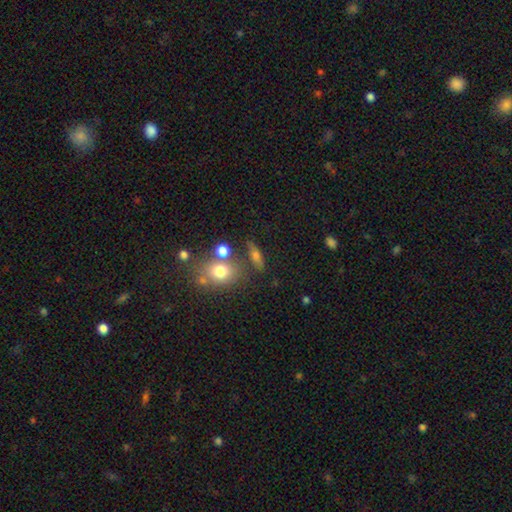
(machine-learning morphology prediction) smooth_or_featured: smooth (p=0.56) [alt: featured or disk p=0.30]
how_rounded: cigar-shaped (p=0.41) [alt: in between p=0.40]
merging: none (p=0.70) [alt: minor disturbance p=0.14]